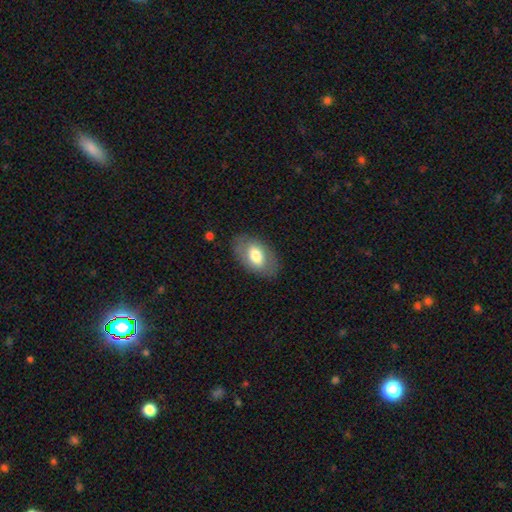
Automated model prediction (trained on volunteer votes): Smooth or featured: smooth — 66% (featured or disk — 28%)
How rounded: in between — 91% (round — 7%)
Merging: none — 81% (minor disturbance — 13%)